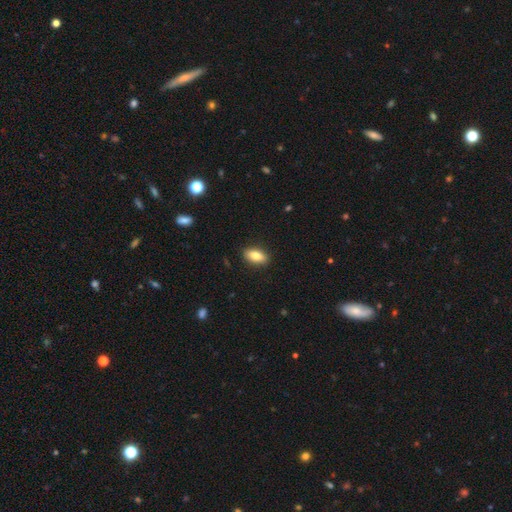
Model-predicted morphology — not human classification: type=smooth (80%); roundness=in between (86%); merging=none (89%).